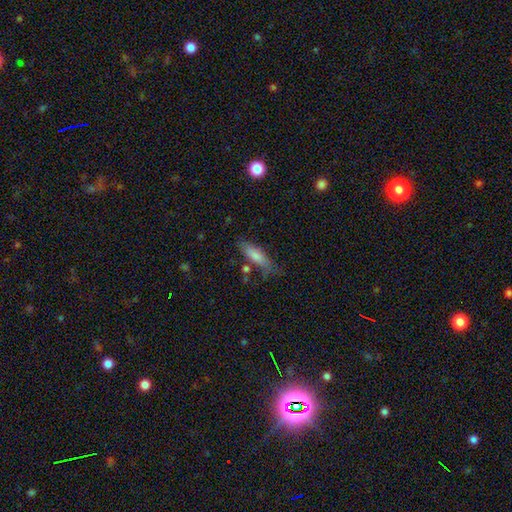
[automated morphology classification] Smooth or featured: smooth — 77% (featured or disk — 16%)
How rounded: cigar-shaped — 53% (in between — 45%)
Merging: none — 59% (minor disturbance — 25%)